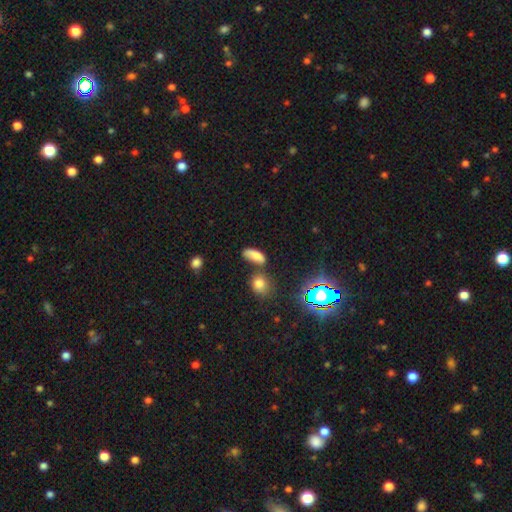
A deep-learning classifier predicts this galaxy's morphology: Smooth or featured? Predicted: smooth (p=0.76). How rounded? Predicted: in between (p=0.72). Merging? Predicted: none (p=0.58).